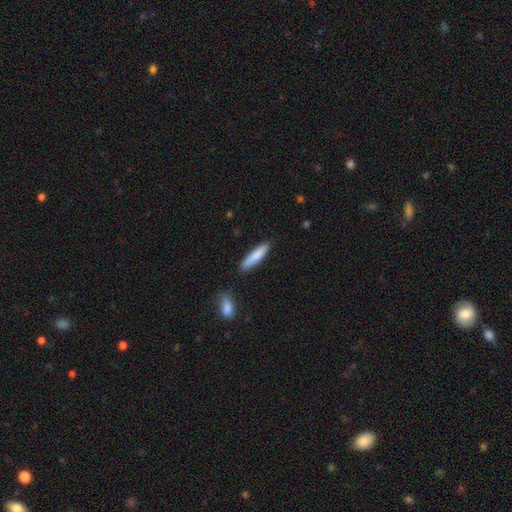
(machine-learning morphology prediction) Smooth or featured? smooth (81%)
How rounded? cigar-shaped (82%)
Merging? none (82%)